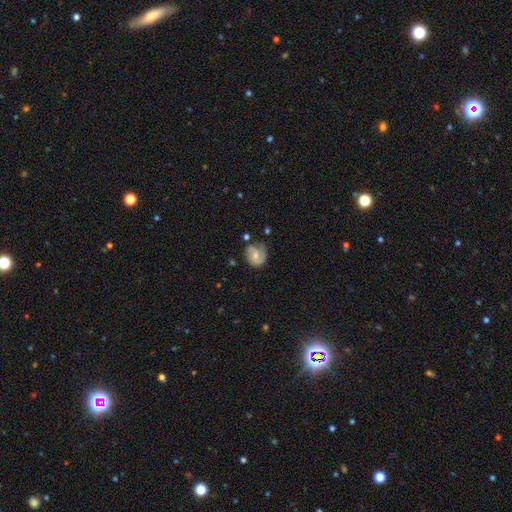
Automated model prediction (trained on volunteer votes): Smooth or featured? featured or disk (61%)
Edge-on disk? no (97%)
Bar? no (65%)
Spiral arms? yes (87%)
Spiral winding? tight (53%)
Spiral arm count? 2 (42%)
Bulge size? moderate (48%)
Merging? none (57%)